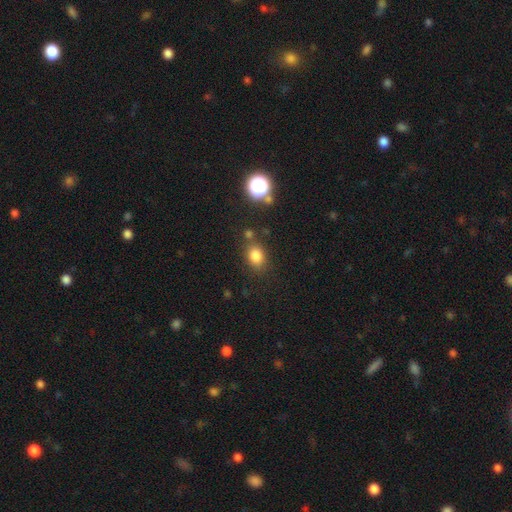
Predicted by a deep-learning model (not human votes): A smooth galaxy with no disk features (80%) that is in between round and cigar-shaped (58%).

Vote fractions:
- Smooth or featured? smooth: 80% / star or artifact: 14% / featured or disk: 6%
- How rounded? in between: 58% / round: 41% / cigar-shaped: 1%
- Merging? none: 73% / minor disturbance: 14% / merger: 9% / major disturbance: 5%